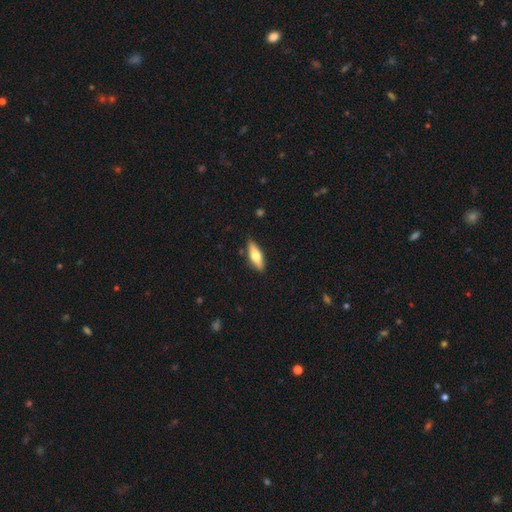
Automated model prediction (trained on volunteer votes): Smooth or featured? smooth (56%)
How rounded? in between (51%)
Merging? none (85%)